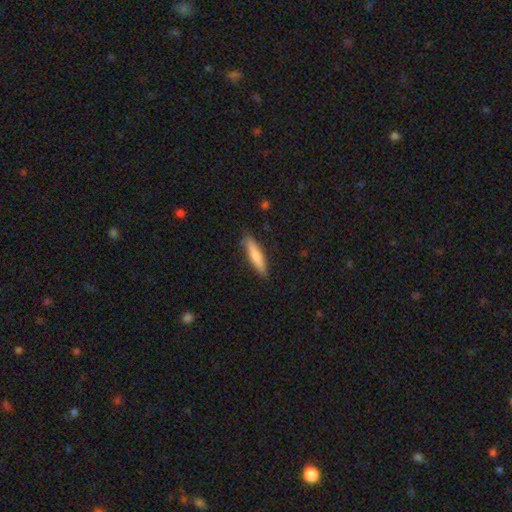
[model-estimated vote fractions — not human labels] A smooth galaxy with no disk features (76%) that is cigar-shaped (85%). Merging: none (85%).